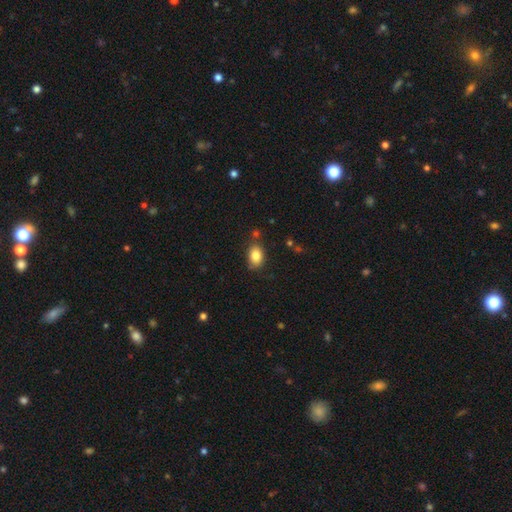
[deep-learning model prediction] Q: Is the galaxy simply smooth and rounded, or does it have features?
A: smooth — 84%.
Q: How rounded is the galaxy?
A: in between — 79%.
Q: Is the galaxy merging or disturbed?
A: none — 78%.